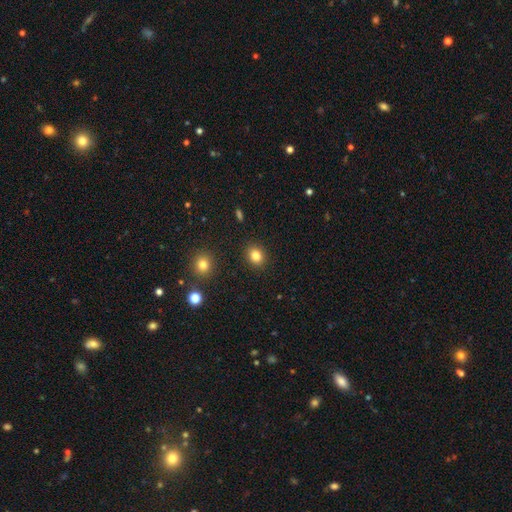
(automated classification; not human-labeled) Smooth or featured: smooth — 83% (star or artifact — 11%)
How rounded: round — 57% (in between — 43%)
Merging: none — 89% (minor disturbance — 7%)